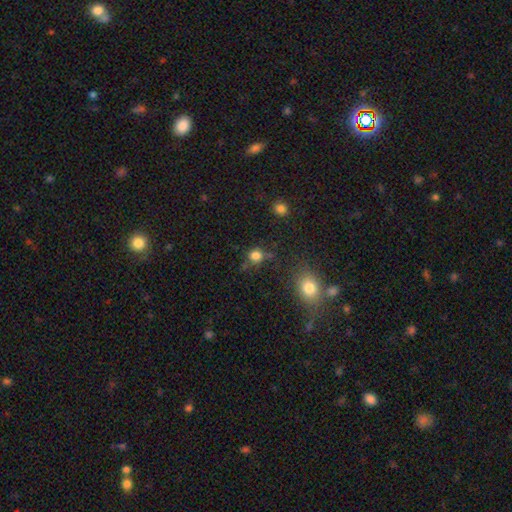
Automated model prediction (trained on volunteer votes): The model was most divided on "merging": none: 67%, minor disturbance: 16%, merger: 10%, major disturbance: 7%. More confident: how rounded — round (84%); smooth or featured — smooth (79%).